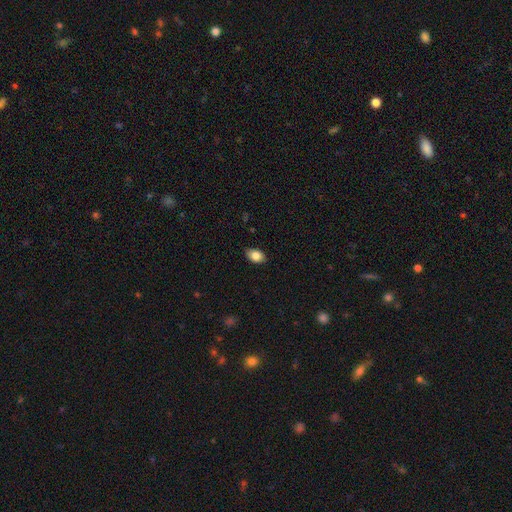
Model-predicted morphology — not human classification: The model was most divided on "merging": none: 85%, minor disturbance: 12%, major disturbance: 2%, merger: 1%. More confident: how rounded — in between (87%); smooth or featured — smooth (85%).